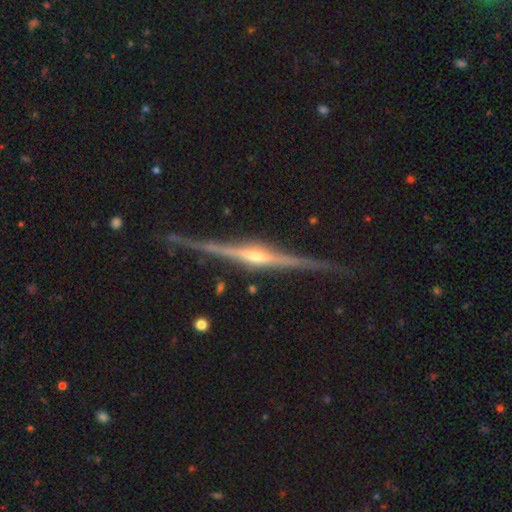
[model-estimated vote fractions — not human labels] A featured or disk galaxy (90%) viewed edge-on (98%) with a rounded central bulge (80%).

Vote fractions:
- Smooth or featured? featured or disk: 90% / star or artifact: 5% / smooth: 5%
- Edge-on disk? yes: 98% / no: 2%
- Edge-on bulge? rounded: 80% / boxy: 11% / none: 9%
- Merging? none: 88% / minor disturbance: 8% / major disturbance: 2% / merger: 1%